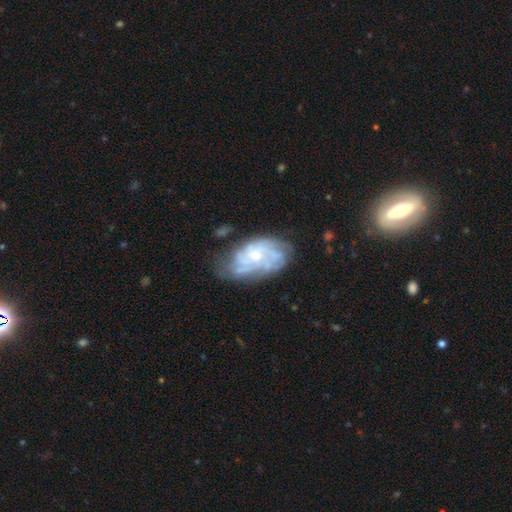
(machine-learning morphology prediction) A featured or disk galaxy (79%) with no bar (78%), tight (59%) spiral arms (87%) and a small central bulge (64%).

Vote fractions:
- Smooth or featured? featured or disk: 79% / smooth: 14% / star or artifact: 7%
- Edge-on disk? no: 96% / yes: 4%
- Bar? no: 78% / weak: 19% / strong: 3%
- Spiral arms? yes: 87% / no: 13%
- Spiral winding? tight: 59% / medium: 30% / loose: 11%
- Spiral arm count? can't tell: 46% / 4: 19% / 3: 12% / more than 4: 9% / 2: 9% / 1: 5%
- Bulge size? small: 64% / moderate: 31% / none: 3% / large: 2% / dominant: 1%
- Merging? none: 61% / minor disturbance: 25% / major disturbance: 11% / merger: 3%